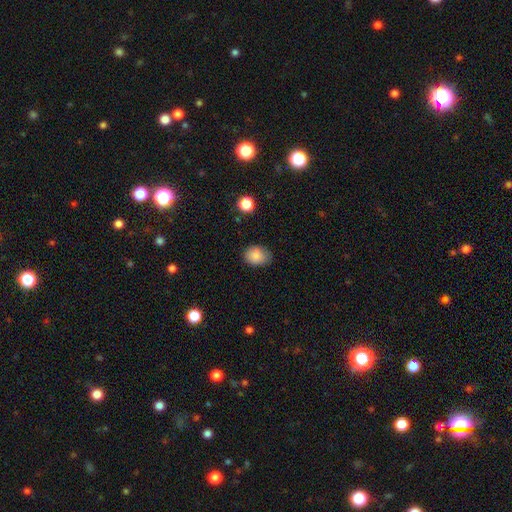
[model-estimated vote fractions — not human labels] Smooth or featured? Predicted: smooth (p=0.86). How rounded? Predicted: in between (p=0.58). Merging? Predicted: none (p=0.74).